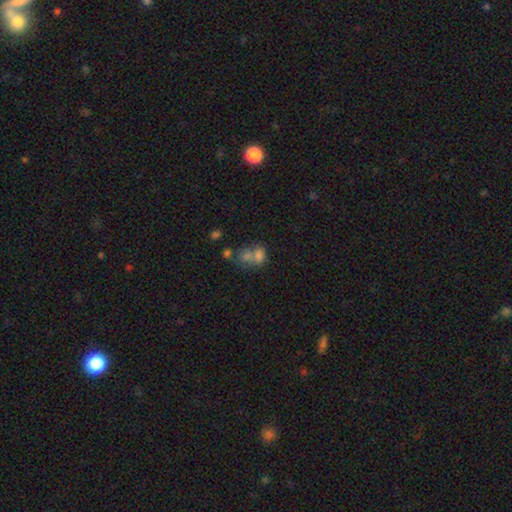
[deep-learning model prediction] Smooth or featured: smooth — 71% (featured or disk — 16%)
How rounded: in between — 60% (round — 38%)
Merging: merger — 61% (none — 23%)